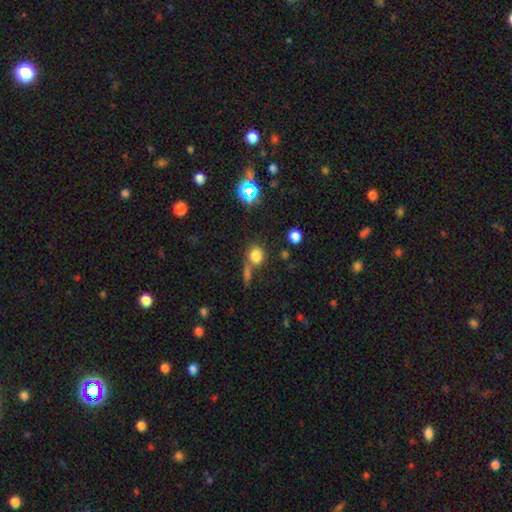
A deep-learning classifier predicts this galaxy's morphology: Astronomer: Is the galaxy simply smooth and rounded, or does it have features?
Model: smooth — 76%.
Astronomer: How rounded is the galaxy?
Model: round — 75%.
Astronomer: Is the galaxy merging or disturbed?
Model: none — 58%.